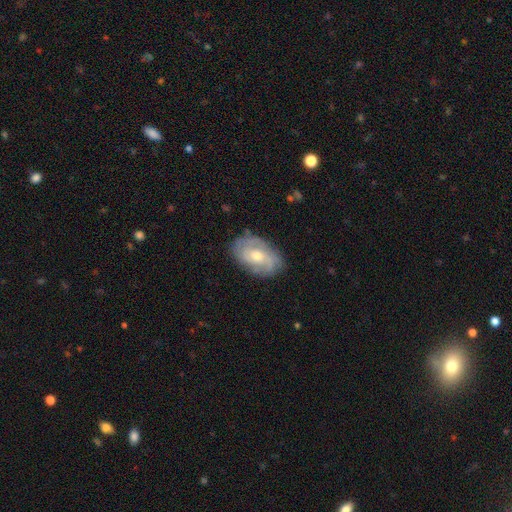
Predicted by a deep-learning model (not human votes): Smooth or featured? featured or disk (75%)
Edge-on disk? no (95%)
Bar? no (61%)
Spiral arms? yes (89%)
Spiral winding? tight (52%)
Spiral arm count? 2 (36%)
Bulge size? moderate (58%)
Merging? none (78%)